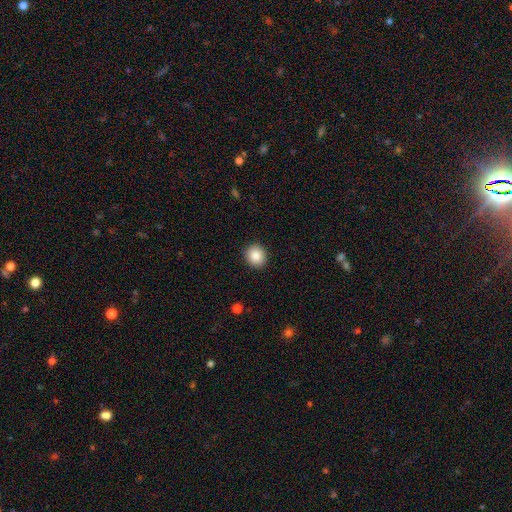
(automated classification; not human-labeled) Overall: smooth (86%). How rounded: round (82%). Merging: none (92%).